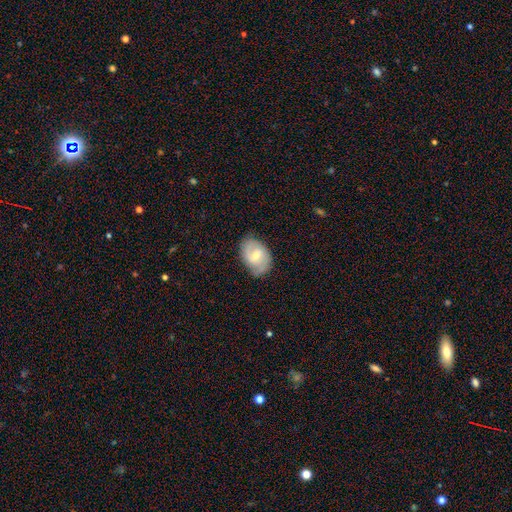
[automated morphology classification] The model was most divided on "bulge size": moderate: 51%, small: 45%, large: 2%, none: 1%, dominant: 1%. Remaining: edge-on disk — no (96%); spiral arms — yes (85%); spiral arm count — 2 (75%); merging — none (74%); smooth or featured — featured or disk (63%); bar — weak (50%); spiral winding — medium (46%).